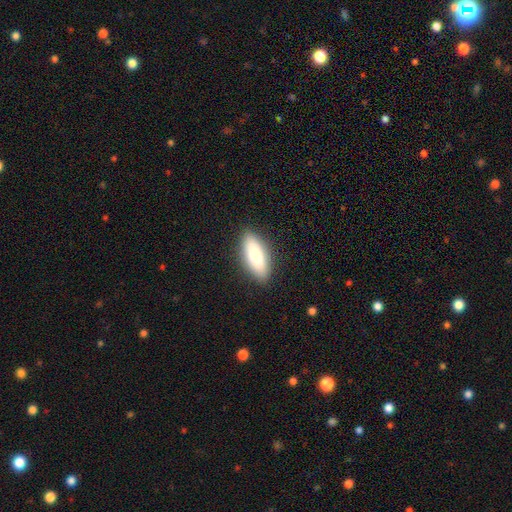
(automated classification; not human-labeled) Smooth or featured?
  - smooth: 77% *
  - featured or disk: 16%
  - star or artifact: 6%
How rounded?
  - in between: 66% *
  - cigar-shaped: 31%
  - round: 2%
Merging?
  - none: 88% *
  - minor disturbance: 9%
  - major disturbance: 2%
  - merger: 1%